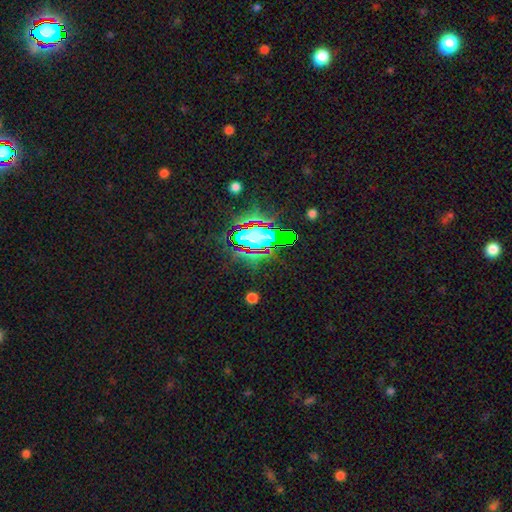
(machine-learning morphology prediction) Smooth or featured?
  - star or artifact: 77% *
  - smooth: 12%
  - featured or disk: 10%